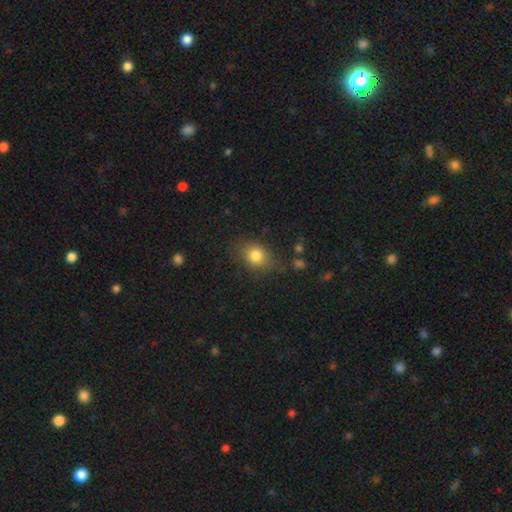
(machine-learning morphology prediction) type=smooth (81%); roundness=in between (50%); merging=none (73%).